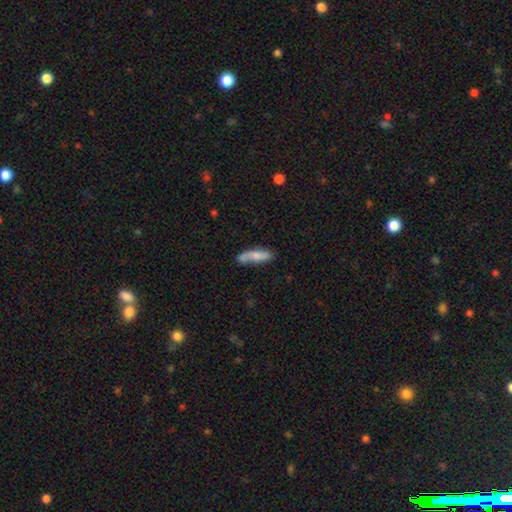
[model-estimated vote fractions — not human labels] smooth-or-featured: smooth: 67% | featured or disk: 27% | star or artifact: 6%
  how-rounded: cigar-shaped: 59% | in between: 39% | round: 2%
  merging: none: 63% | minor disturbance: 25% | merger: 6% | major disturbance: 6%